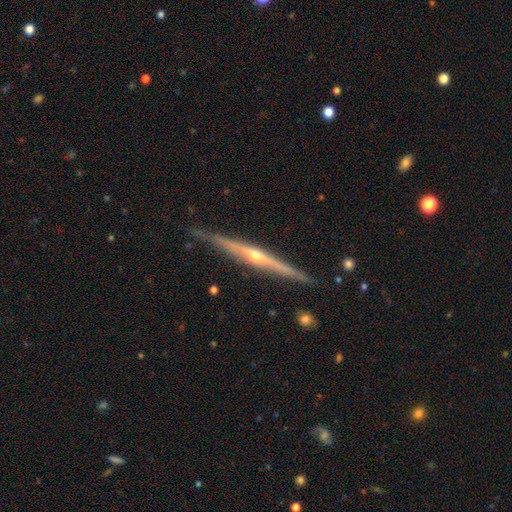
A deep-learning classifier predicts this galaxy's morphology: Smooth or featured? featured or disk (82%)
Edge-on disk? yes (98%)
Edge-on bulge? rounded (79%)
Merging? none (86%)